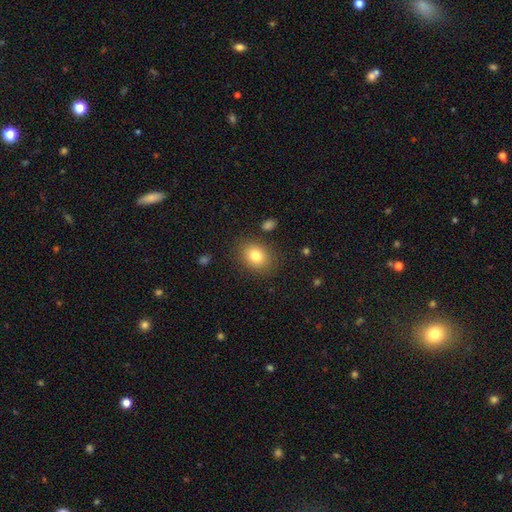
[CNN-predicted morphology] This is likely a smooth galaxy (80%). How rounded: possibly in between (52%). Merging: clearly none (84%).